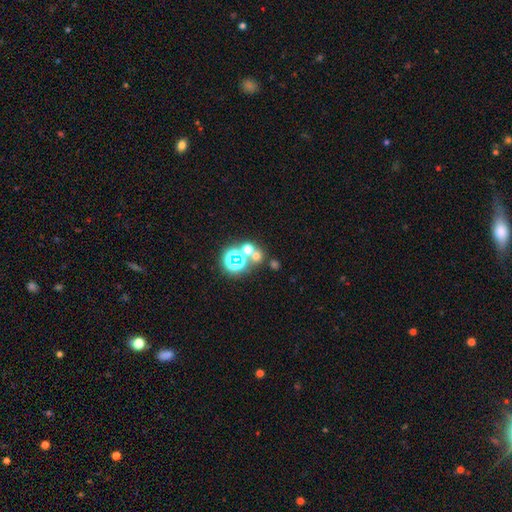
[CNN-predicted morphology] A smooth galaxy with no disk features (49%).

Vote fractions:
- Smooth or featured? smooth: 49% / star or artifact: 39% / featured or disk: 12%
- Merging? none: 58% / merger: 31% / minor disturbance: 7% / major disturbance: 4%